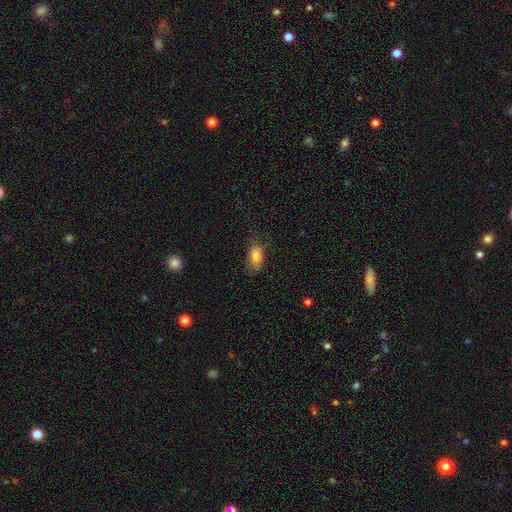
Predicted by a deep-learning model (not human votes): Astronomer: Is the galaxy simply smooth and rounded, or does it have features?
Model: smooth — 83%.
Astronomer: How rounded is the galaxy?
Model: in between — 88%.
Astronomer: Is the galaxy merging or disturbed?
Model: none — 68%.